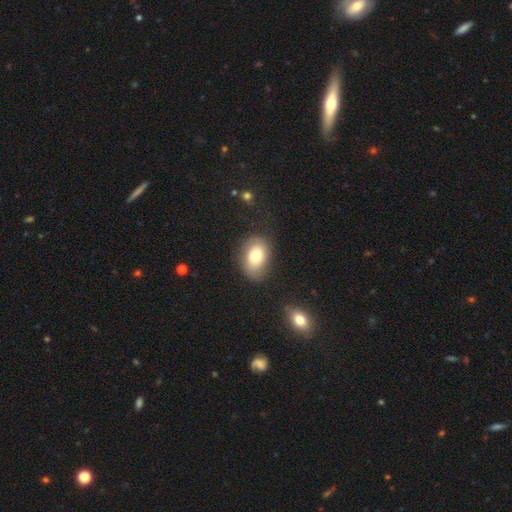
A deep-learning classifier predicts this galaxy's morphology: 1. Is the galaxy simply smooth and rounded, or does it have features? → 72% smooth, 18% featured or disk, 10% star or artifact.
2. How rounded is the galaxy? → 76% in between, 23% round, 1% cigar-shaped.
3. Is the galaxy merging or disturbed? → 74% none, 17% minor disturbance, 6% major disturbance, 2% merger.